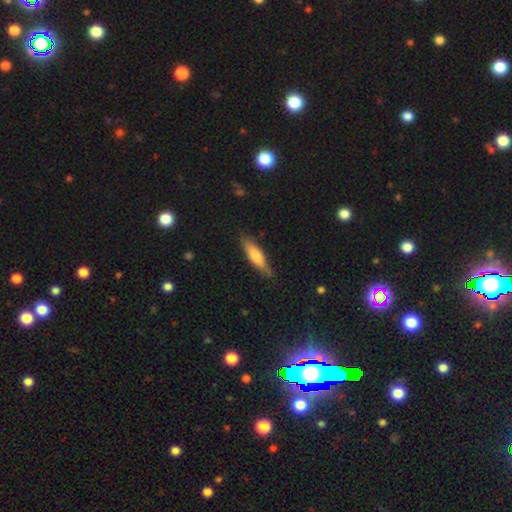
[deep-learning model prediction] Morphology: type=smooth (66%); roundness=cigar-shaped (65%); merging=none (79%).